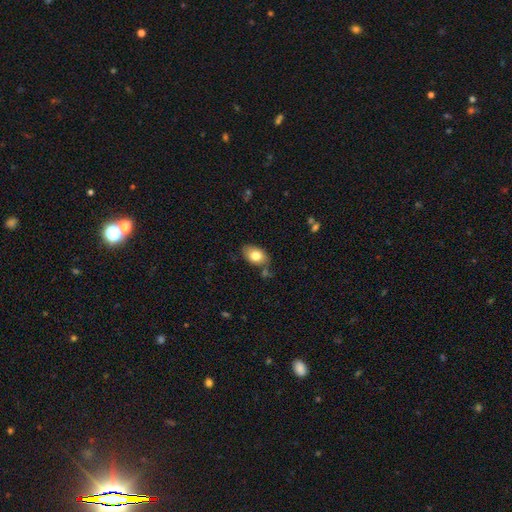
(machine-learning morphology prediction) The model was most divided on "merging": none: 73%, minor disturbance: 18%, merger: 6%, major disturbance: 4%. More confident: how rounded — in between (90%); smooth or featured — smooth (79%).